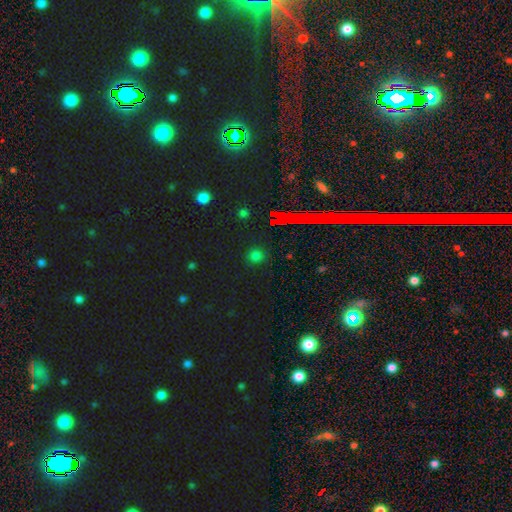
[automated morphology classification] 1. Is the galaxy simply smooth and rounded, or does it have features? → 64% smooth, 30% star or artifact, 6% featured or disk.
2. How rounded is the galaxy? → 91% round, 8% in between, 2% cigar-shaped.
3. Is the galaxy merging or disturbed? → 89% none, 7% minor disturbance, 3% major disturbance, 2% merger.